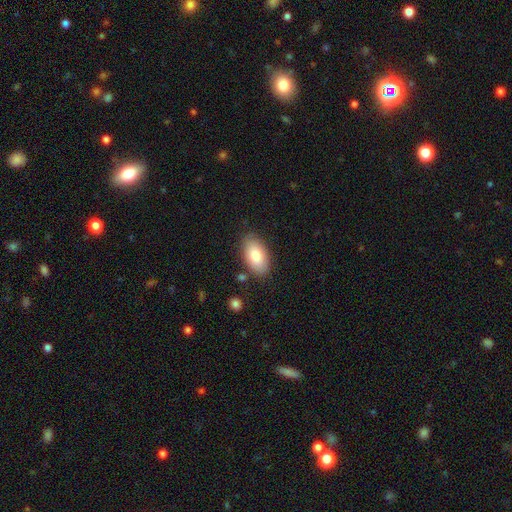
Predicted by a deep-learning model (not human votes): This appears to be a smooth galaxy with no disk features (84%) that is in between round and cigar-shaped (95%). Merging: none (81%).